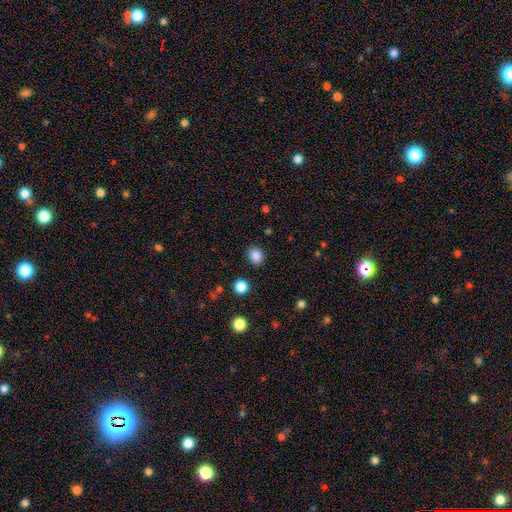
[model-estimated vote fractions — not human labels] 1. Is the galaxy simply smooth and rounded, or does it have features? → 86% smooth, 10% star or artifact, 4% featured or disk.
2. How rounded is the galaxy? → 50% in between, 49% round, 1% cigar-shaped.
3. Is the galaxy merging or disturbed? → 88% none, 8% minor disturbance, 3% major disturbance, 2% merger.